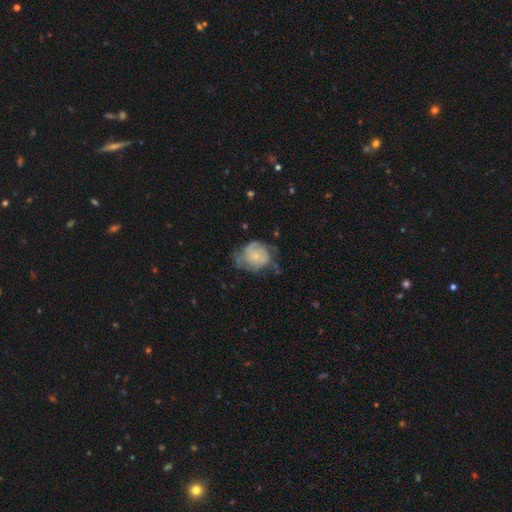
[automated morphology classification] Smooth or featured? featured or disk (54%)
Edge-on disk? no (98%)
Bar? no (83%)
Spiral arms? yes (69%)
Bulge size? small (70%)
Merging? none (38%)